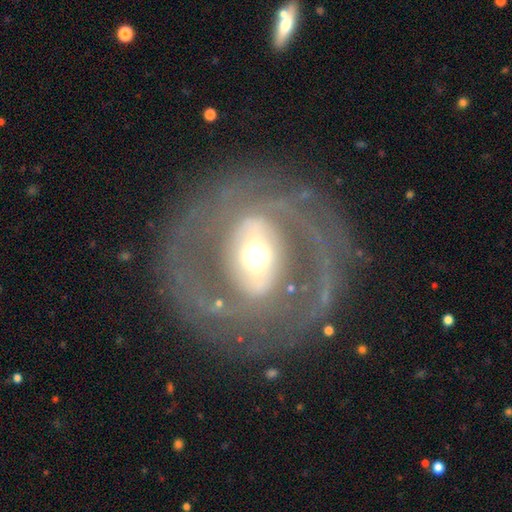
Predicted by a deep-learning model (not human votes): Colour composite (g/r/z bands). It shows a featured or disk galaxy (82%) with a strong bar (50%), 2 (76%) tight (42%) spiral arms (78%) and a moderate central bulge (57%). Merging: none (78%).